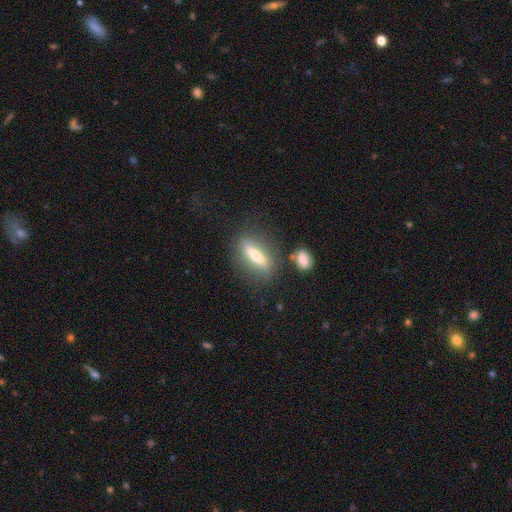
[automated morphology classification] This appears to be a smooth galaxy with no disk features (49%). Merging: none (76%).